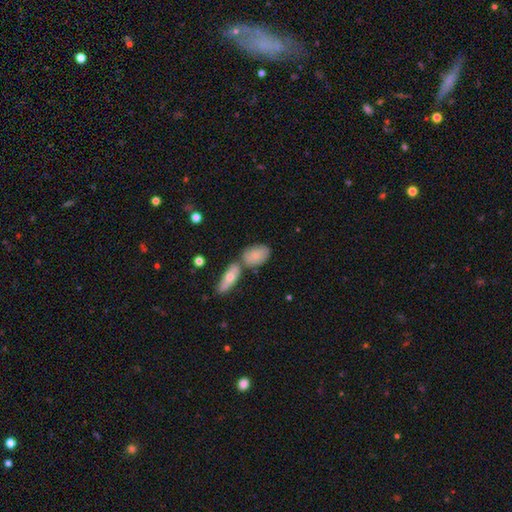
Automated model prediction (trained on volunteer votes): Smooth or featured? smooth (76%)
How rounded? in between (86%)
Merging? none (49%)